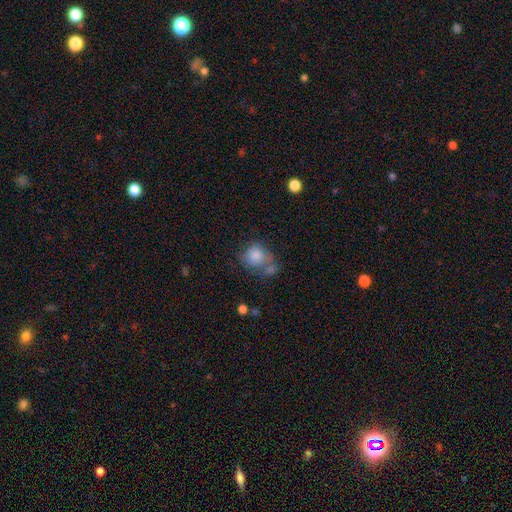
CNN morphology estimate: type=smooth (81%); roundness=round (74%); merging=none (40%).